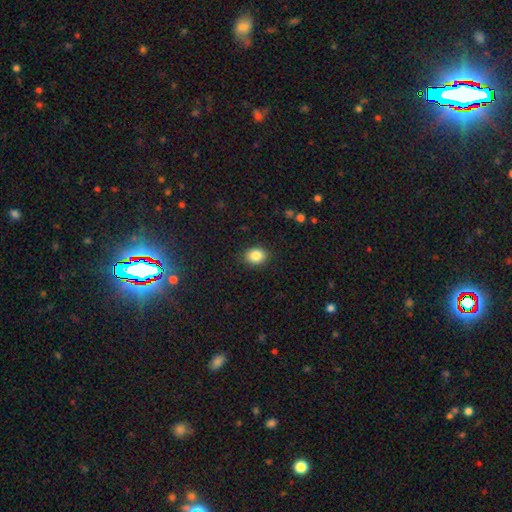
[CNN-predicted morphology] Smooth or featured? smooth (86%)
How rounded? in between (53%)
Merging? none (88%)